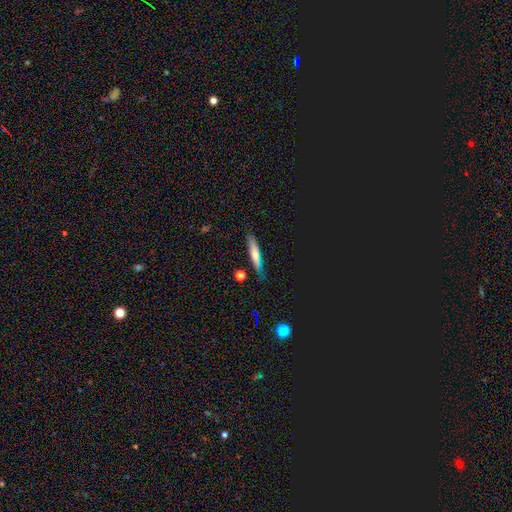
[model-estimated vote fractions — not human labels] Smooth or featured? Predicted: smooth (p=0.55). How rounded? Predicted: cigar-shaped (p=0.83). Merging? Predicted: none (p=0.84).